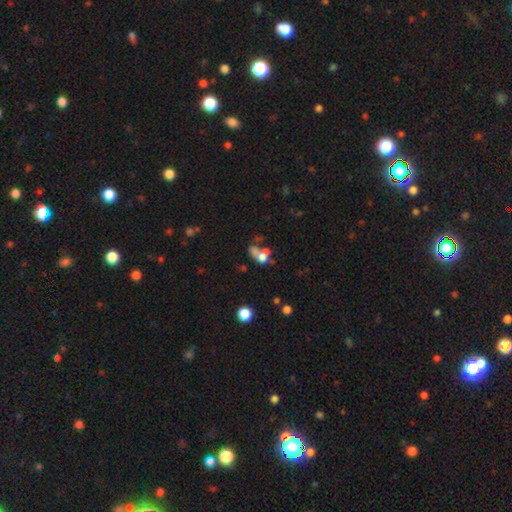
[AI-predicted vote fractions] Smooth or featured?
  - smooth: 57% *
  - featured or disk: 28%
  - star or artifact: 15%
How rounded?
  - in between: 62% *
  - round: 34%
  - cigar-shaped: 4%
Merging?
  - merger: 53% *
  - none: 20%
  - major disturbance: 17%
  - minor disturbance: 10%